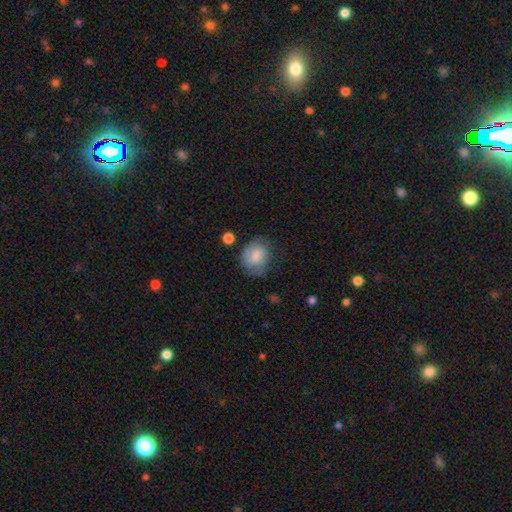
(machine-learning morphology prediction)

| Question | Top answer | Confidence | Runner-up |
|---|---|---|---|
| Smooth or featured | smooth | 78% | featured or disk (15%) |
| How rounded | round | 56% | in between (43%) |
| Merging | none | 59% | minor disturbance (27%) |